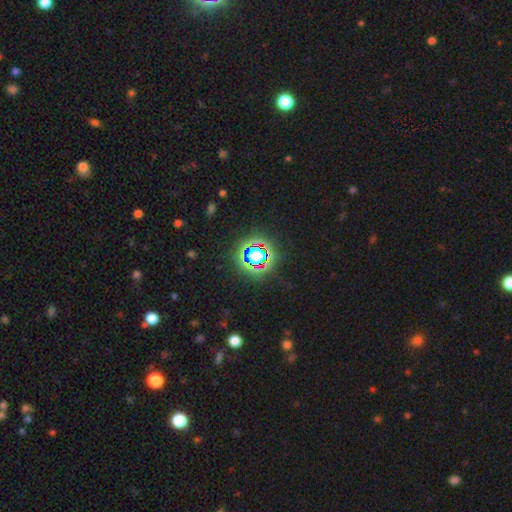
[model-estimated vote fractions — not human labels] star or artifact 69%, smooth 20%, featured or disk 11%.